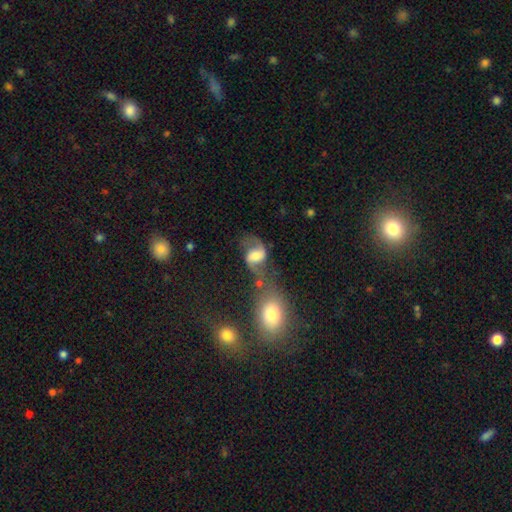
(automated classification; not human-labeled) Smooth or featured: featured or disk — 72% (smooth — 20%)
Edge-on disk: no — 97% (yes — 3%)
Bar: weak — 47% (no — 31%)
Spiral arms: yes — 90% (no — 10%)
Spiral winding: loose — 63% (medium — 30%)
Spiral arm count: 2 — 91% (1 — 4%)
Bulge size: moderate — 42% (large — 28%)
Merging: none — 41% (merger — 29%)